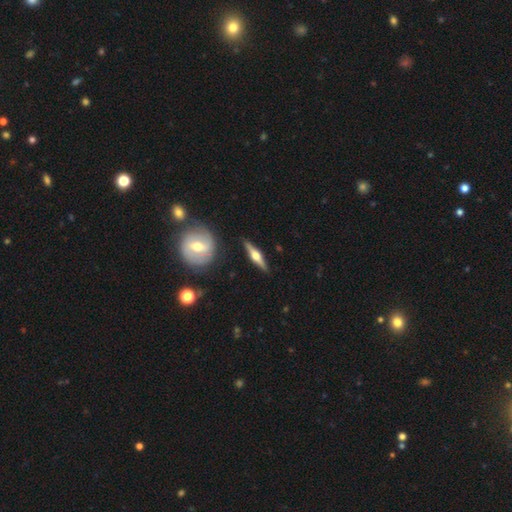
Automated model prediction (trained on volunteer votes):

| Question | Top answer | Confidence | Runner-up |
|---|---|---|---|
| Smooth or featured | featured or disk | 75% | smooth (20%) |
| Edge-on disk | yes | 96% | no (4%) |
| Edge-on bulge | rounded | 94% | boxy (4%) |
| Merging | none | 87% | minor disturbance (9%) |